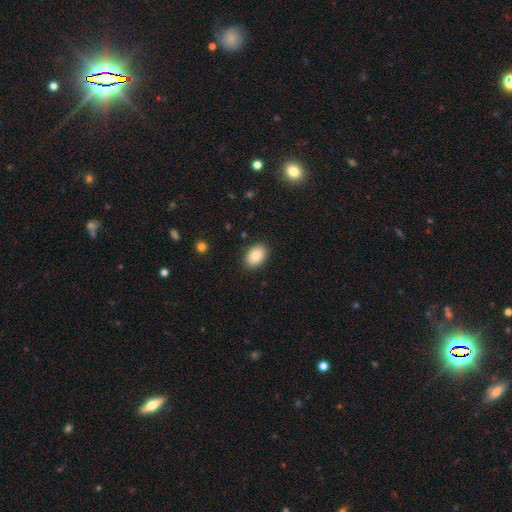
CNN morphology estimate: type=smooth (85%); roundness=in between (82%); merging=none (88%).